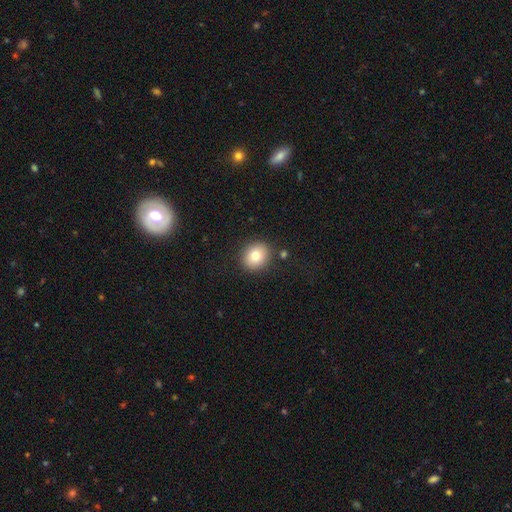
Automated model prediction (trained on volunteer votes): smooth_or_featured: smooth (p=0.78) [alt: featured or disk p=0.11]
how_rounded: round (p=0.75) [alt: in between p=0.24]
merging: none (p=0.87) [alt: minor disturbance p=0.08]